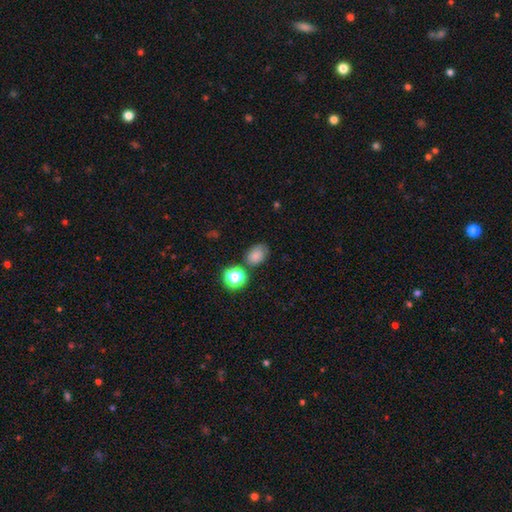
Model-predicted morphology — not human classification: Q: Smooth or featured?
A: smooth (76%); runner-up: star or artifact (15%)
Q: How rounded?
A: in between (65%); runner-up: round (34%)
Q: Merging?
A: none (66%); runner-up: minor disturbance (20%)